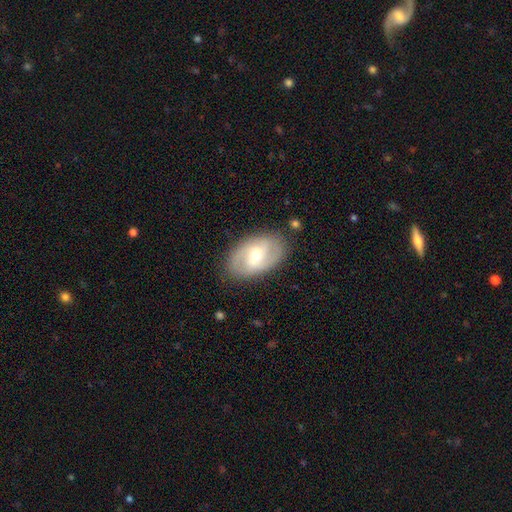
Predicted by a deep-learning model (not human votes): This appears to be a featured or disk galaxy (72%) with a weak bar (53%), 2 (78%) medium (46%) spiral arms (84%) and a moderate central bulge (54%). Merging: none (84%).